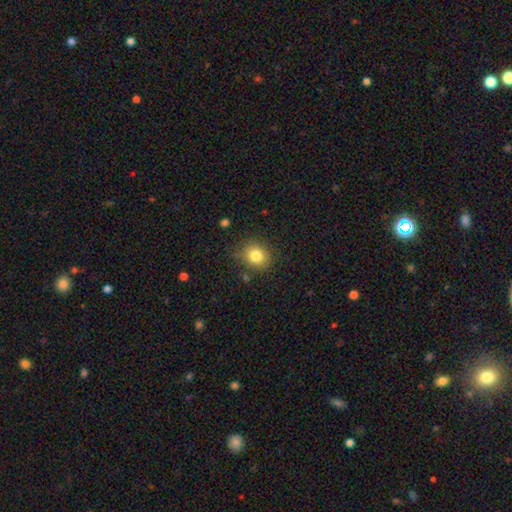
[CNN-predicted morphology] Smooth or featured: smooth — 82% (star or artifact — 11%)
How rounded: round — 75% (in between — 24%)
Merging: none — 82% (minor disturbance — 12%)